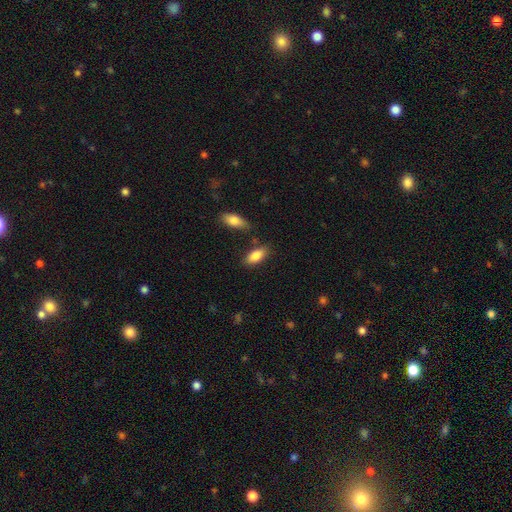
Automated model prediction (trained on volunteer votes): smooth_or_featured: smooth (p=0.86) [alt: featured or disk p=0.08]
how_rounded: in between (p=0.87) [alt: cigar-shaped p=0.10]
merging: none (p=0.75) [alt: minor disturbance p=0.15]